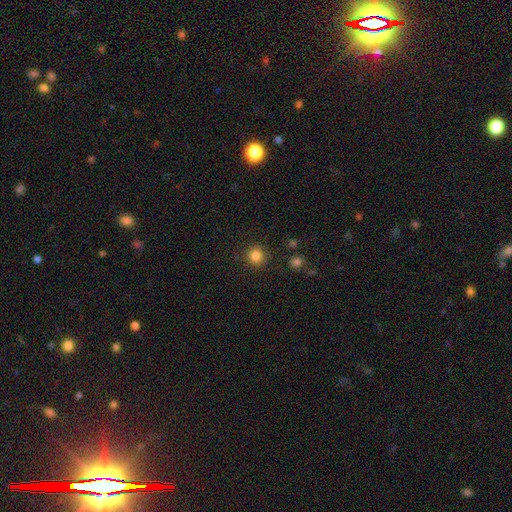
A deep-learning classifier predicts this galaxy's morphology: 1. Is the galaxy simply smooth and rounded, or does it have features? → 84% smooth, 12% star or artifact, 4% featured or disk.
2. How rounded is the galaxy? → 93% round, 6% in between, 1% cigar-shaped.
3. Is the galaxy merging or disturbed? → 90% none, 6% minor disturbance, 2% major disturbance, 2% merger.